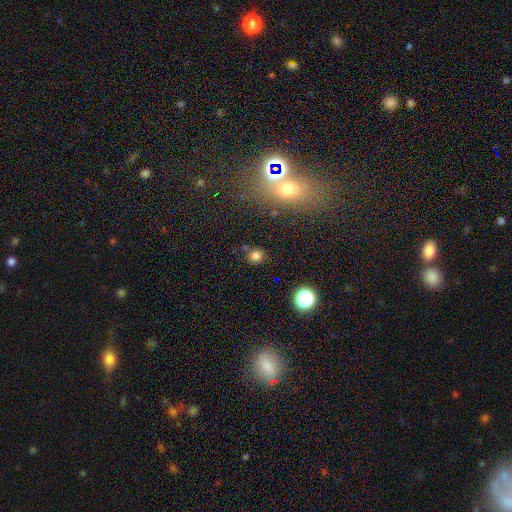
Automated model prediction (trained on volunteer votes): Smooth or featured? Predicted: smooth (p=0.77). How rounded? Predicted: round (p=0.83). Merging? Predicted: none (p=0.77).